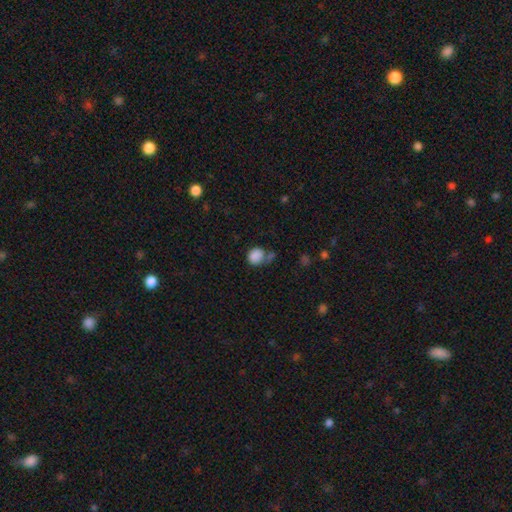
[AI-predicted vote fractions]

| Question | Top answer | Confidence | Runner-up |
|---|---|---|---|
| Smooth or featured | smooth | 85% | star or artifact (9%) |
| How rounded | round | 65% | in between (34%) |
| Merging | none | 49% | merger (21%) |